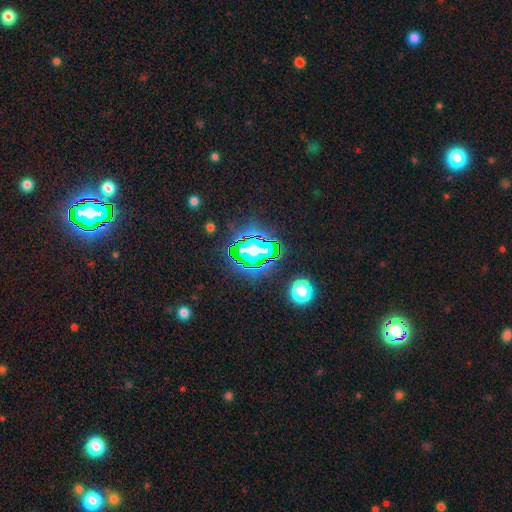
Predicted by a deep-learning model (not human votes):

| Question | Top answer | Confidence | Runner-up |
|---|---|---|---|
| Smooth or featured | star or artifact | 79% | smooth (13%) |